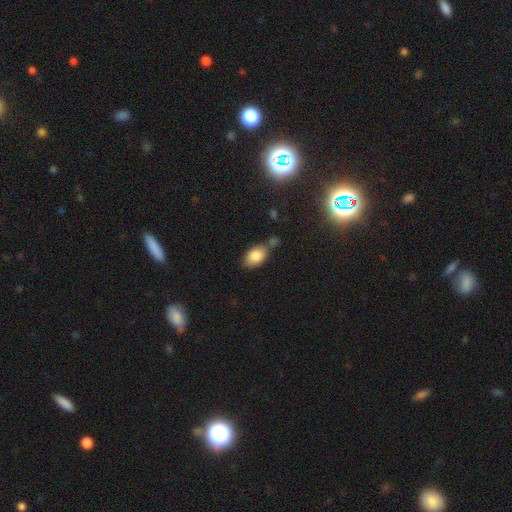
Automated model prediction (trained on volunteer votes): smooth_or_featured: smooth (p=0.83) [alt: featured or disk p=0.09]
how_rounded: in between (p=0.88) [alt: round p=0.10]
merging: none (p=0.57) [alt: minor disturbance p=0.20]